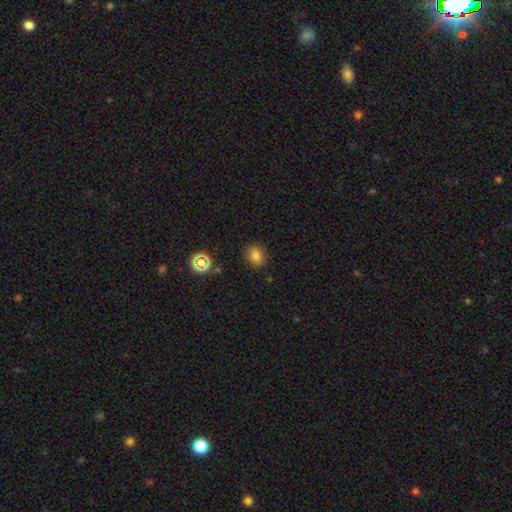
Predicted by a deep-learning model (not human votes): smooth 78%, star or artifact 15%, featured or disk 7%. Down the decision tree: how rounded — round (60%); merging — none (87%).